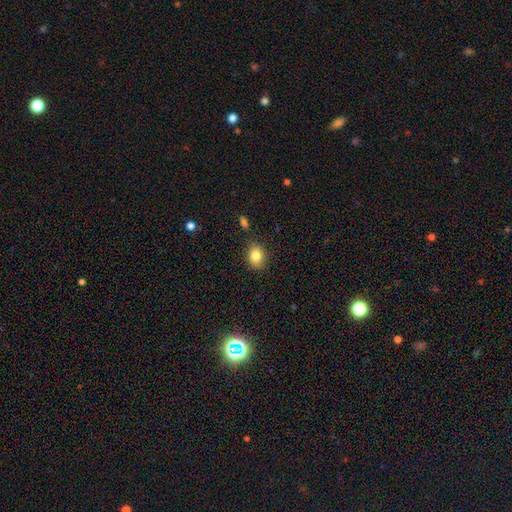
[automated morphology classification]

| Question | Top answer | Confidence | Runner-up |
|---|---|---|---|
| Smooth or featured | smooth | 83% | star or artifact (9%) |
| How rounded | in between | 64% | round (35%) |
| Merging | none | 84% | minor disturbance (11%) |